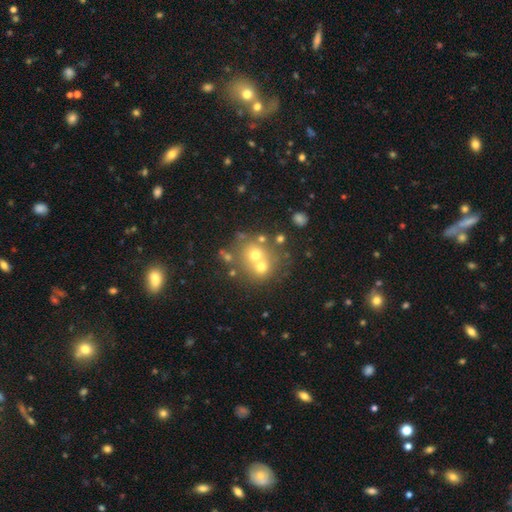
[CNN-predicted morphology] smooth_or_featured: smooth (p=0.53) [alt: featured or disk p=0.28]
how_rounded: round (p=0.80) [alt: in between p=0.19]
merging: merger (p=0.46) [alt: none p=0.42]